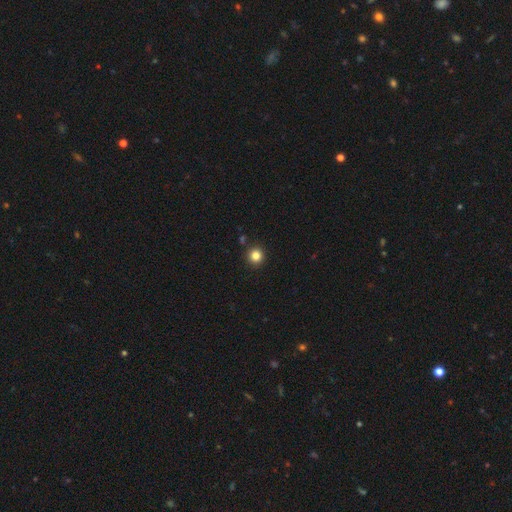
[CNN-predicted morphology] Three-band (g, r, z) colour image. It shows a smooth galaxy with no disk features (84%) that is round (95%). Merging: none (91%).